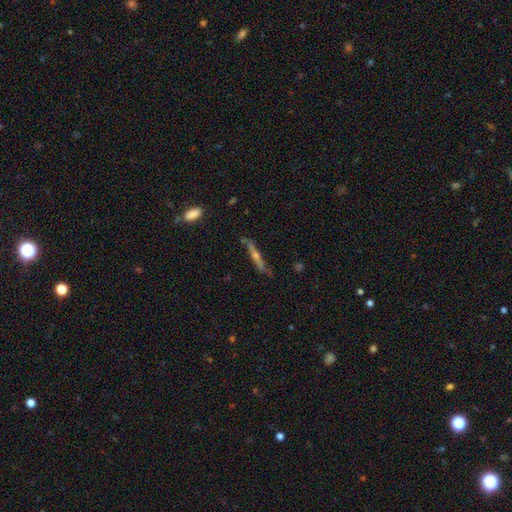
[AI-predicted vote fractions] The model was most divided on "smooth or featured": featured or disk: 71%, smooth: 21%, star or artifact: 8%. More confident: edge-on disk — yes (94%); edge-on bulge — rounded (83%); merging — none (81%).